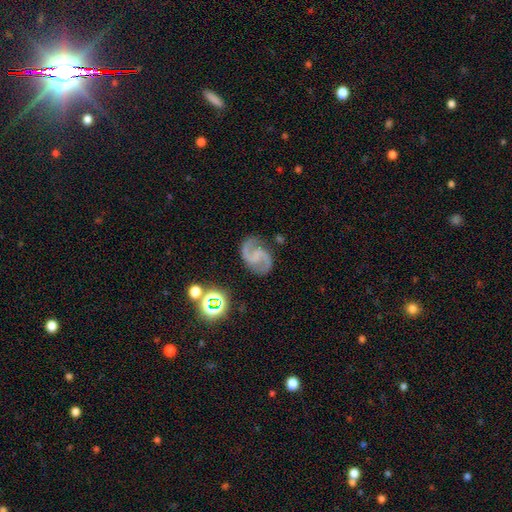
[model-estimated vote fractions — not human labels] Morphology: type=featured or disk (88%); edge-on=no (98%); bar=weak (45%); spiral arms=yes (98%); winding=medium (56%); arm count=2 (94%); bulge=none (62%); merging=none (82%).